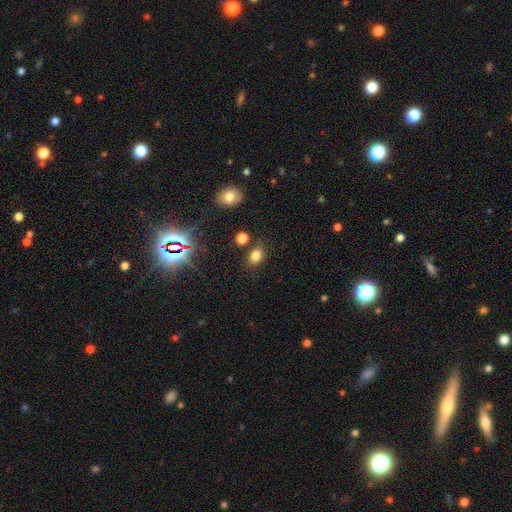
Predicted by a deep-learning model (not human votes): Smooth or featured?
  - smooth: 77% *
  - star or artifact: 16%
  - featured or disk: 7%
How rounded?
  - in between: 66% *
  - round: 32%
  - cigar-shaped: 1%
Merging?
  - none: 77% *
  - minor disturbance: 13%
  - merger: 6%
  - major disturbance: 4%